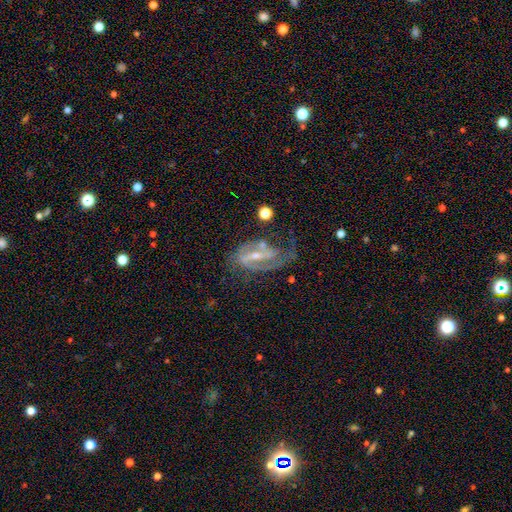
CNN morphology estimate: Smooth or featured? featured or disk (86%)
Edge-on disk? no (94%)
Bar? strong (58%)
Spiral arms? yes (93%)
Spiral winding? medium (46%)
Spiral arm count? 2 (71%)
Bulge size? small (63%)
Merging? none (50%)